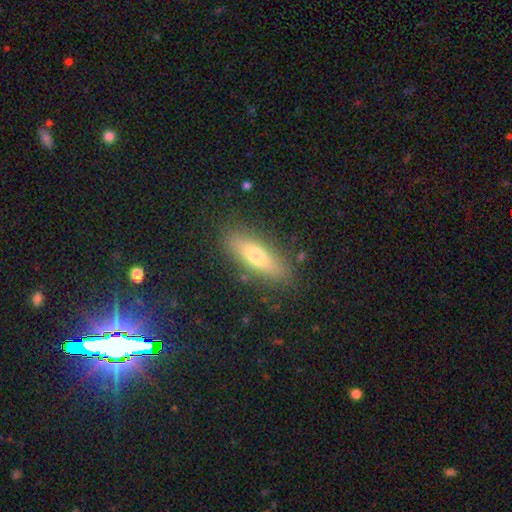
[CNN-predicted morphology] Smooth or featured?
  - smooth: 68% *
  - featured or disk: 25%
  - star or artifact: 8%
How rounded?
  - in between: 51% *
  - cigar-shaped: 46%
  - round: 3%
Merging?
  - none: 85% *
  - minor disturbance: 11%
  - major disturbance: 3%
  - merger: 2%